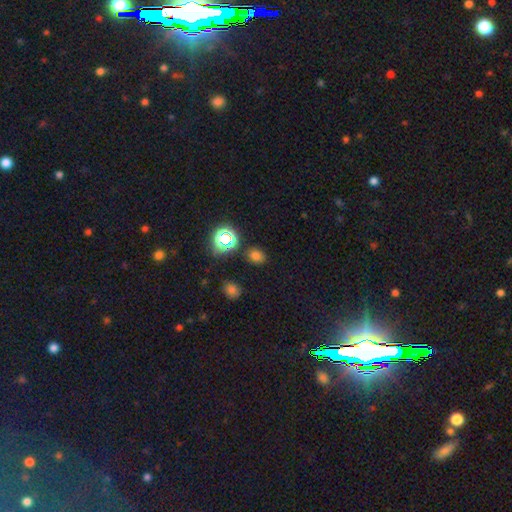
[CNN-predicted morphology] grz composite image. It shows a smooth galaxy with no disk features (68%) that is round (53%). Merging: none (84%).